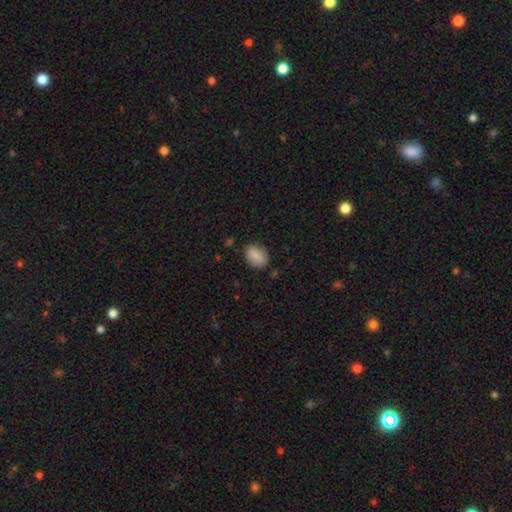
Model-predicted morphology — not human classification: A smooth galaxy with no disk features (84%) that is in between round and cigar-shaped (75%).

Vote fractions:
- Smooth or featured? smooth: 84% / featured or disk: 8% / star or artifact: 8%
- How rounded? in between: 75% / round: 23% / cigar-shaped: 2%
- Merging? none: 80% / minor disturbance: 15% / major disturbance: 3% / merger: 2%